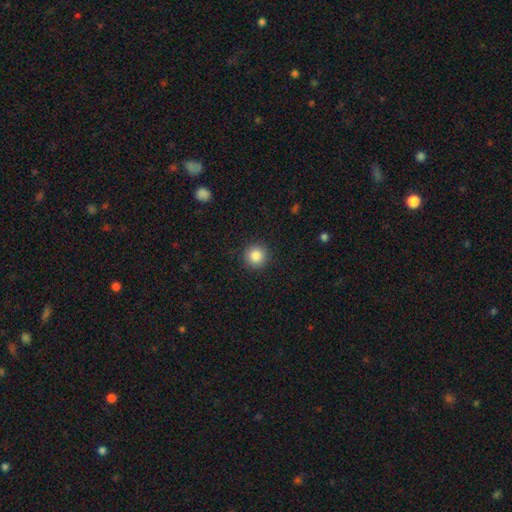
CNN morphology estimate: Overall: smooth (86%). How rounded: round (95%). Merging: none (92%).